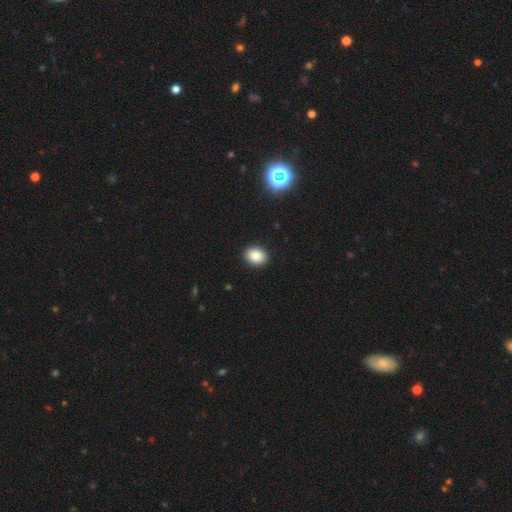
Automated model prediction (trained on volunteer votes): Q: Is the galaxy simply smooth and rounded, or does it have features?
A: smooth — 85%.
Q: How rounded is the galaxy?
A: round — 51%.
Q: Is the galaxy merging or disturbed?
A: none — 92%.